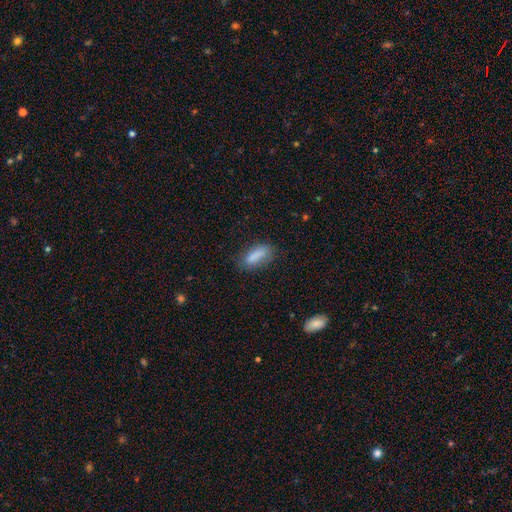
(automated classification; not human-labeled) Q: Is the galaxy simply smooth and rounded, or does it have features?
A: smooth — 82%.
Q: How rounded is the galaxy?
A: in between — 64%.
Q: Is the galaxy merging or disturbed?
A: none — 72%.